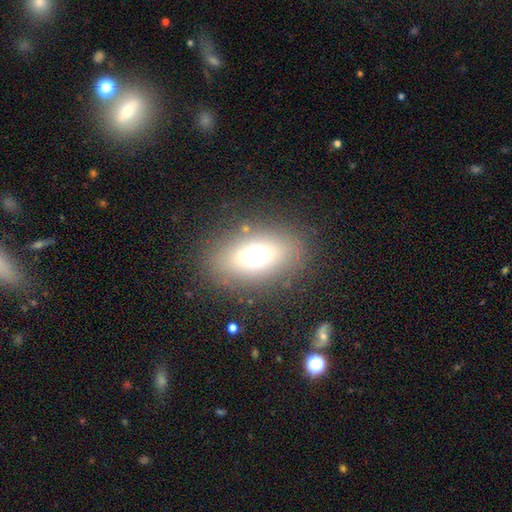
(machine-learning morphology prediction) Smooth or featured?
  - smooth: 64% *
  - featured or disk: 19%
  - star or artifact: 16%
How rounded?
  - in between: 80% *
  - round: 16%
  - cigar-shaped: 4%
Merging?
  - none: 82% *
  - minor disturbance: 10%
  - major disturbance: 5%
  - merger: 2%